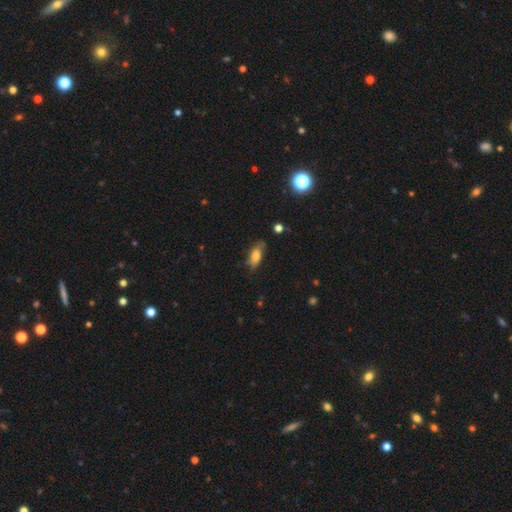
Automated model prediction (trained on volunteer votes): Smooth or featured: smooth — 72% (featured or disk — 20%)
How rounded: in between — 77% (cigar-shaped — 19%)
Merging: none — 66% (minor disturbance — 25%)